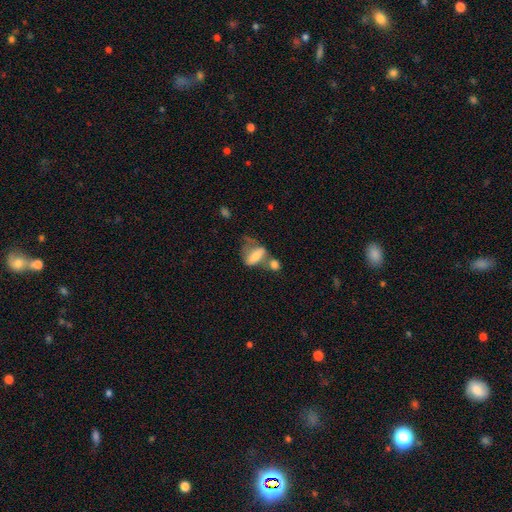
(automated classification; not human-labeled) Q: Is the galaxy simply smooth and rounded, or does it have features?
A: smooth — 61%.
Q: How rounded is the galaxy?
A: in between — 79%.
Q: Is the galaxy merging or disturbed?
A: merger — 39%.